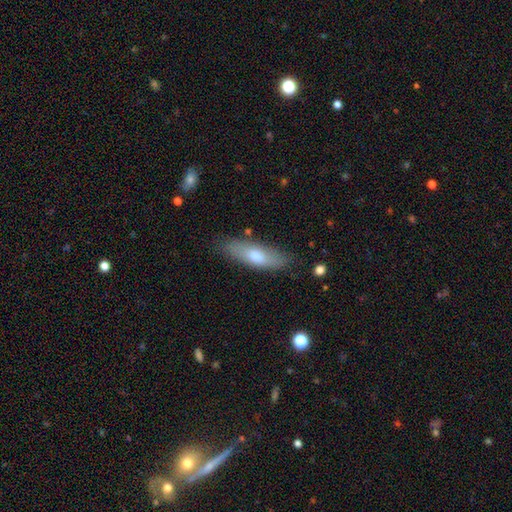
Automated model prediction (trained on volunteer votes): A smooth galaxy with no disk features (67%) that is cigar-shaped (49%, tied with in between).

Vote fractions:
- Smooth or featured? smooth: 67% / featured or disk: 26% / star or artifact: 6%
- How rounded? cigar-shaped: 49% (tied) / in between: 49% (tied) / round: 2%
- Merging? none: 81% / minor disturbance: 14% / major disturbance: 3% / merger: 2%